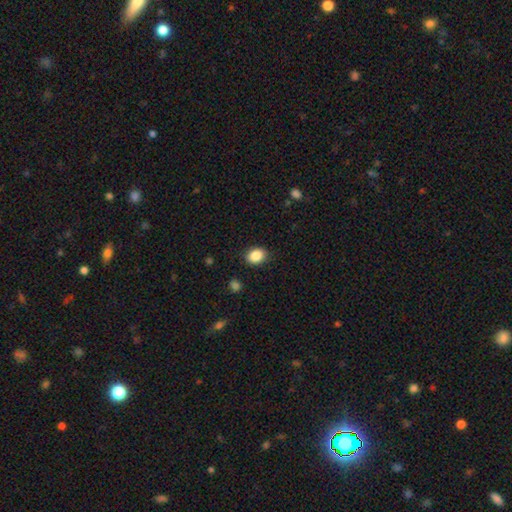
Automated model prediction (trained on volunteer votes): smooth_or_featured: smooth (p=0.87) [alt: star or artifact p=0.09]
how_rounded: in between (p=0.61) [alt: round p=0.38]
merging: none (p=0.87) [alt: minor disturbance p=0.09]